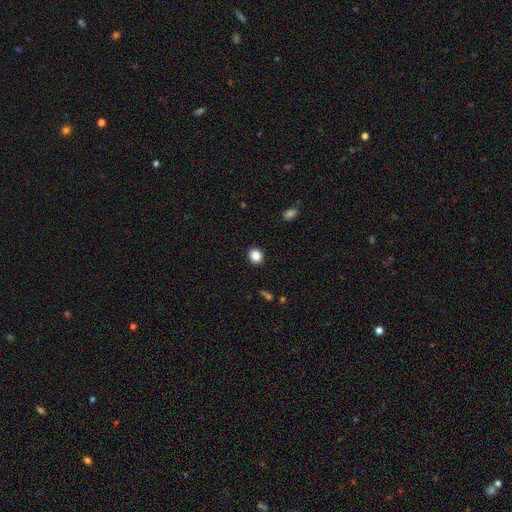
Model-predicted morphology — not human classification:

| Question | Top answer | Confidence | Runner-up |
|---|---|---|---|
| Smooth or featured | smooth | 86% | star or artifact (10%) |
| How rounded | round | 76% | in between (23%) |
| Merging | none | 91% | minor disturbance (6%) |